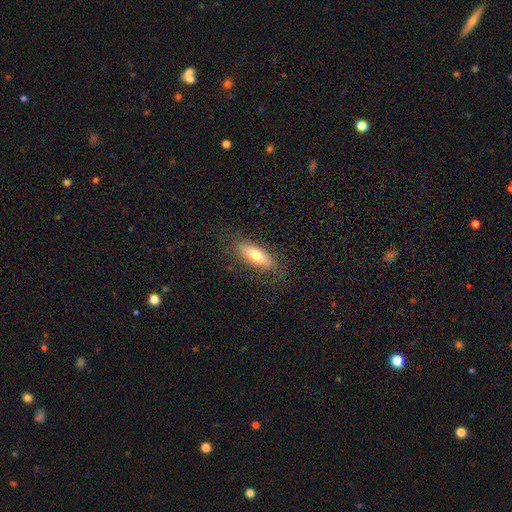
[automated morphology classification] Smooth or featured?
  - smooth: 69% *
  - featured or disk: 24%
  - star or artifact: 7%
How rounded?
  - in between: 65% *
  - cigar-shaped: 32%
  - round: 3%
Merging?
  - none: 83% *
  - minor disturbance: 12%
  - major disturbance: 4%
  - merger: 1%